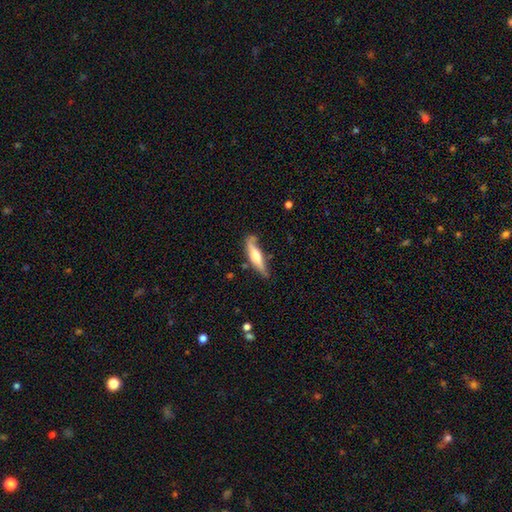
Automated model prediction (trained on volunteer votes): Smooth or featured?
  - smooth: 49% *
  - featured or disk: 45%
  - star or artifact: 5%
Merging?
  - none: 60% *
  - minor disturbance: 27%
  - major disturbance: 8%
  - merger: 5%